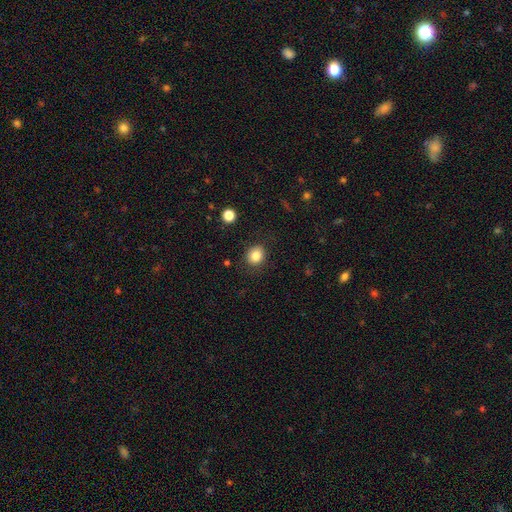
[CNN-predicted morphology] A smooth galaxy with no disk features (84%) that is round (72%). Merging: none (85%).